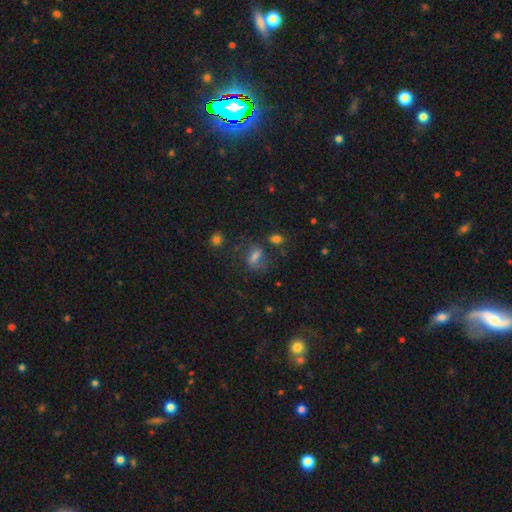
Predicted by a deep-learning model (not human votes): Smooth or featured? Predicted: smooth (p=0.56). How rounded? Predicted: in between (p=0.72). Merging? Predicted: none (p=0.52).